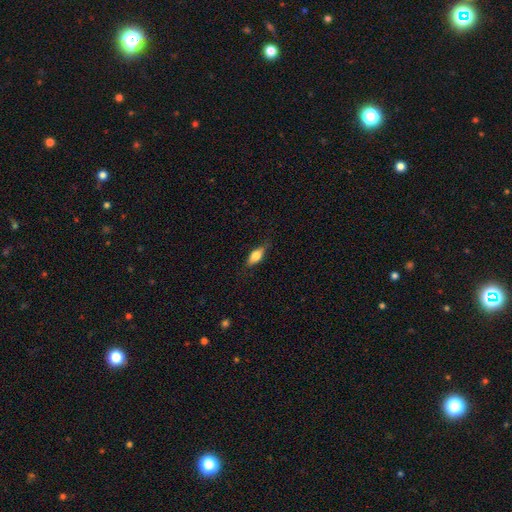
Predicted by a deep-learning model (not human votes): Smooth or featured? Predicted: smooth (p=0.71). How rounded? Predicted: in between (p=0.79). Merging? Predicted: none (p=0.78).